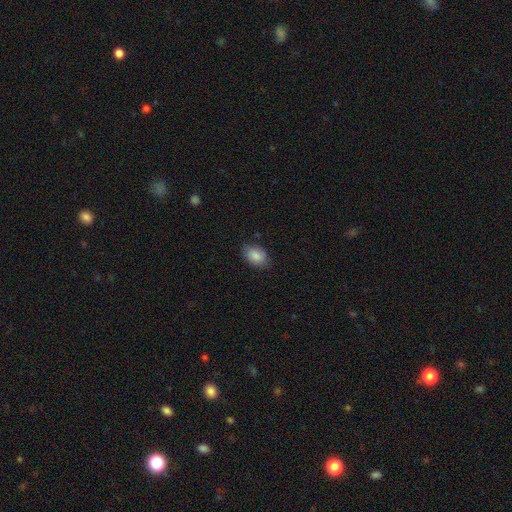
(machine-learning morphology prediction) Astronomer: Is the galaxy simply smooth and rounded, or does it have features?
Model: smooth — 87%.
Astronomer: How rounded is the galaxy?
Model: in between — 85%.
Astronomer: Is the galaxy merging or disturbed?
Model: none — 80%.